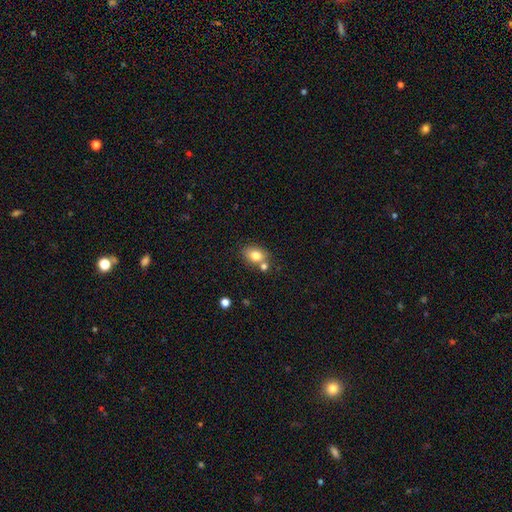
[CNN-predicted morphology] The model was most divided on "how rounded": in between: 65%, round: 34%, cigar-shaped: 1%. More confident: smooth or featured — smooth (78%); merging — none (61%).